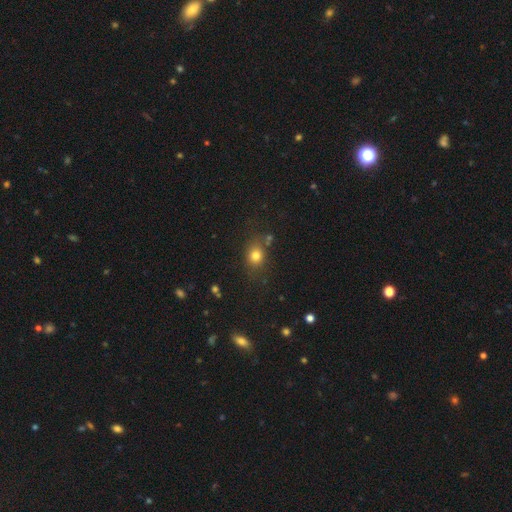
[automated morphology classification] smooth_or_featured: smooth (p=0.78) [alt: star or artifact p=0.14]
how_rounded: round (p=0.62) [alt: in between p=0.37]
merging: none (p=0.73) [alt: minor disturbance p=0.16]